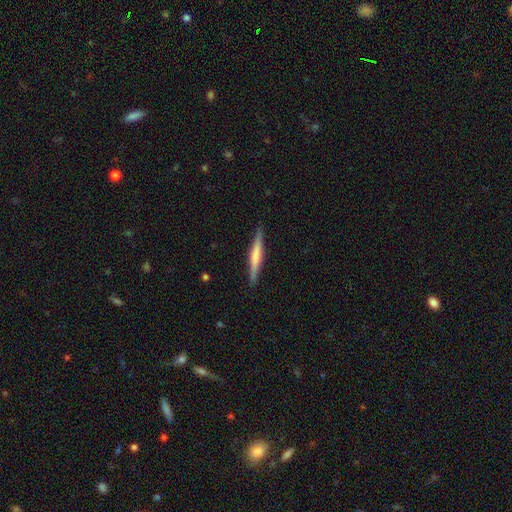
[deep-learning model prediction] Overall: featured or disk (51%; smooth 43%). Edge-on disk: yes (97%). Edge-on bulge: none (38%; rounded 34%). Merging: none (89%).